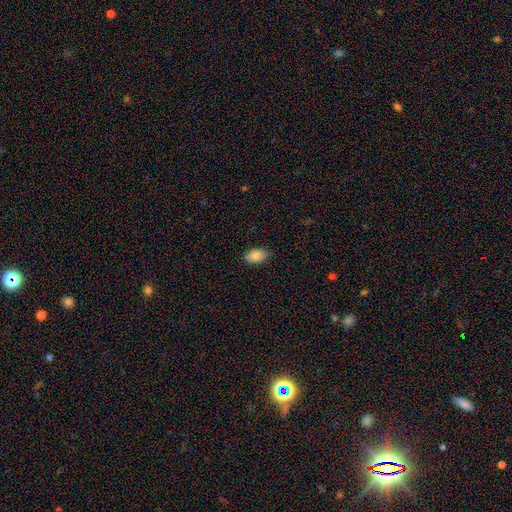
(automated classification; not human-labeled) A smooth galaxy with no disk features (84%) that is in between round and cigar-shaped (92%). Merging: none (86%).